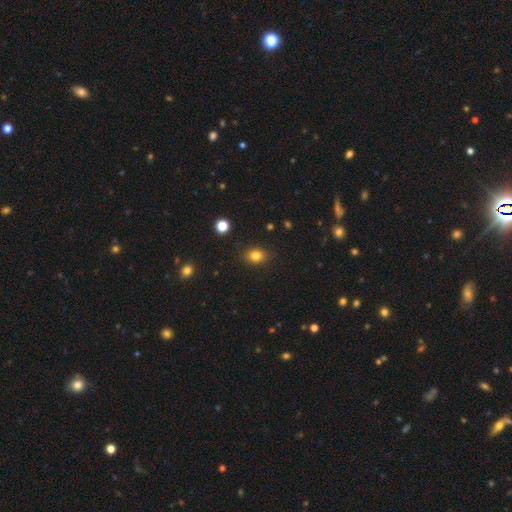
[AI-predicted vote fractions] smooth_or_featured: smooth (p=0.82) [alt: star or artifact p=0.12]
how_rounded: in between (p=0.58) [alt: round p=0.41]
merging: none (p=0.87) [alt: minor disturbance p=0.10]